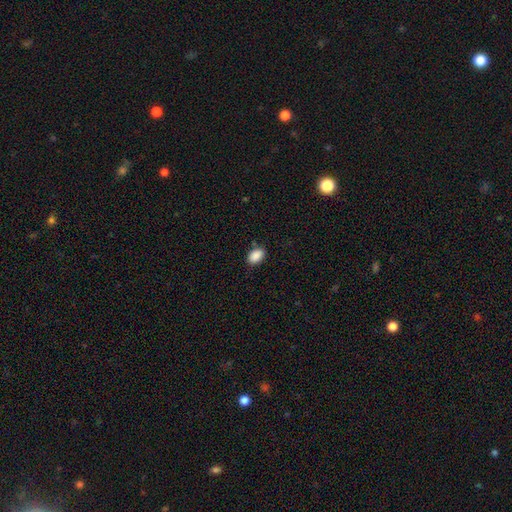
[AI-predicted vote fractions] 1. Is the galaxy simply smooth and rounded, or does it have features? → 89% smooth, 8% star or artifact, 3% featured or disk.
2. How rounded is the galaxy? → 88% in between, 11% round, 1% cigar-shaped.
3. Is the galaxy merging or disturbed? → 82% none, 13% minor disturbance, 3% major disturbance, 2% merger.